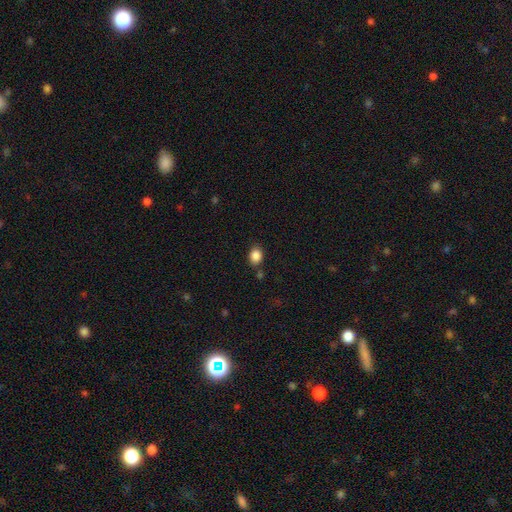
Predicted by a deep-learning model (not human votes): Smooth or featured: smooth — 86% (star or artifact — 9%)
How rounded: in between — 59% (round — 40%)
Merging: none — 77% (minor disturbance — 14%)